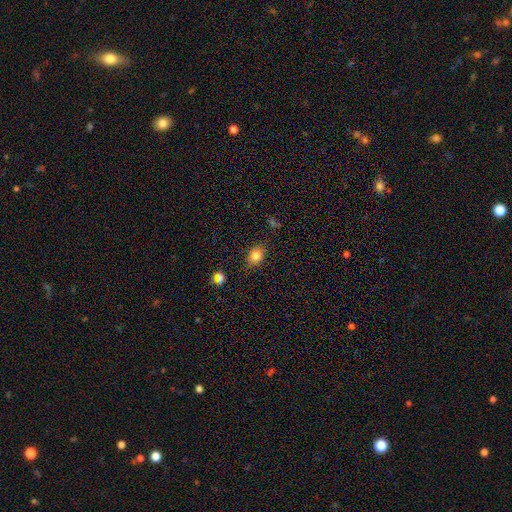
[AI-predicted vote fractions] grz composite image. It shows a smooth galaxy with no disk features (82%) that is in between round and cigar-shaped (60%). Merging: none (81%).